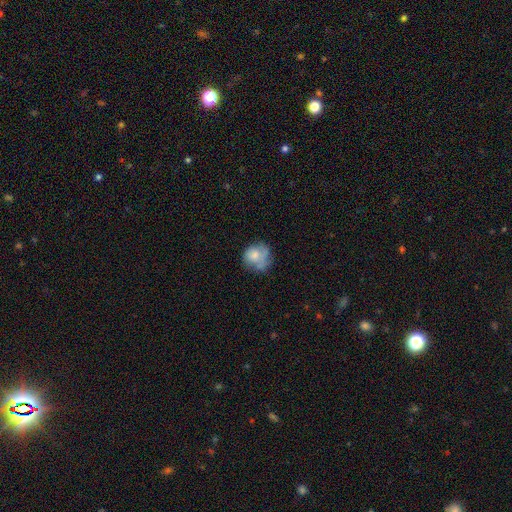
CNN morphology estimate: type=smooth (69%); roundness=round (73%); merging=none (45%).